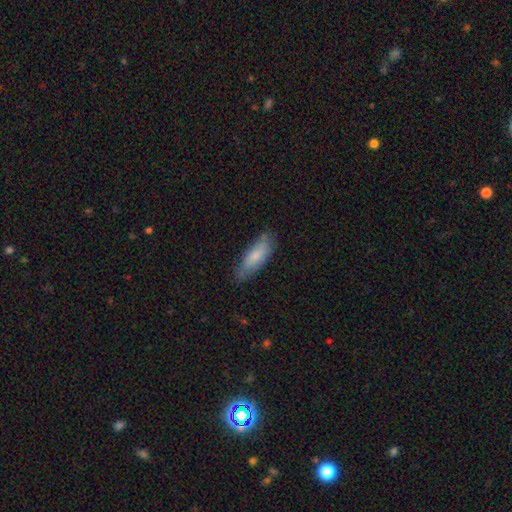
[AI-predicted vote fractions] This appears to be a smooth galaxy with no disk features (74%) that is in between round and cigar-shaped (63%). Merging: none (71%).